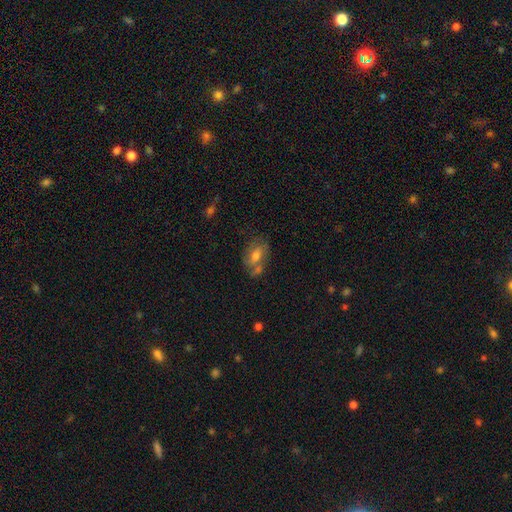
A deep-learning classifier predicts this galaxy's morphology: A smooth galaxy with no disk features (50%) that is in between round and cigar-shaped (81%). Merging: none (50%).